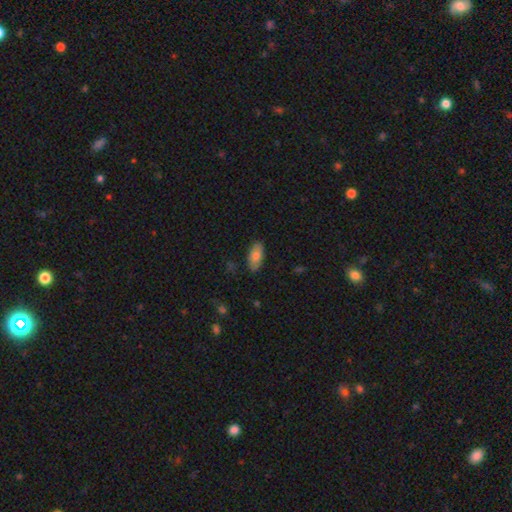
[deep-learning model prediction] A smooth galaxy with no disk features (78%) that is in between round and cigar-shaped (90%).

Vote fractions:
- Smooth or featured? smooth: 78% / featured or disk: 15% / star or artifact: 7%
- How rounded? in between: 90% / cigar-shaped: 8% / round: 2%
- Merging? none: 85% / minor disturbance: 12% / major disturbance: 2% / merger: 1%